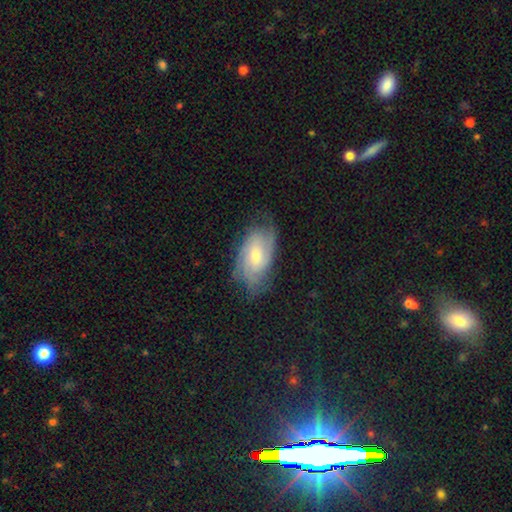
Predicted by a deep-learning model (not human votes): Q: Smooth or featured?
A: featured or disk (61%); runner-up: smooth (31%)
Q: Edge-on disk?
A: no (94%); runner-up: yes (6%)
Q: Bar?
A: no (63%); runner-up: weak (31%)
Q: Spiral arms?
A: yes (89%); runner-up: no (11%)
Q: Spiral winding?
A: tight (50%); runner-up: medium (36%)
Q: Spiral arm count?
A: can't tell (41%); runner-up: 2 (32%)
Q: Bulge size?
A: small (52%); runner-up: moderate (41%)
Q: Merging?
A: none (67%); runner-up: minor disturbance (23%)